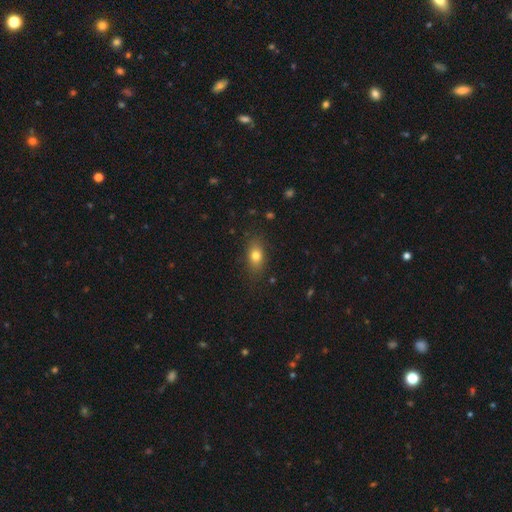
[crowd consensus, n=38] Smooth or featured? smooth (84%)
How rounded? in between (62%)
Merging? none (76%)